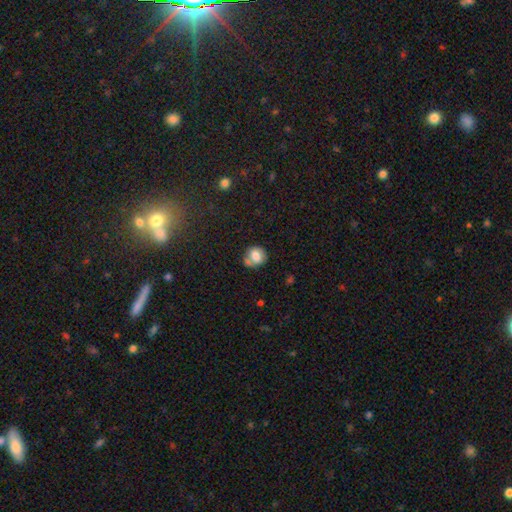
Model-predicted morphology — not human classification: Smooth or featured? Predicted: smooth (p=0.70). How rounded? Predicted: round (p=0.72). Merging? Predicted: none (p=0.54).